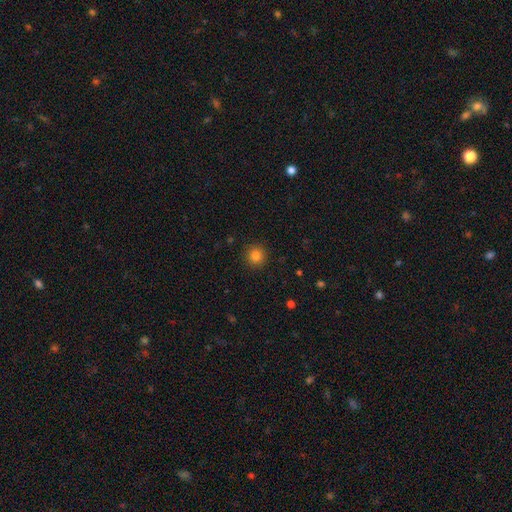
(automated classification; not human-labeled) This is clearly a smooth galaxy (83%). How rounded: clearly round (93%). Merging: clearly none (91%).